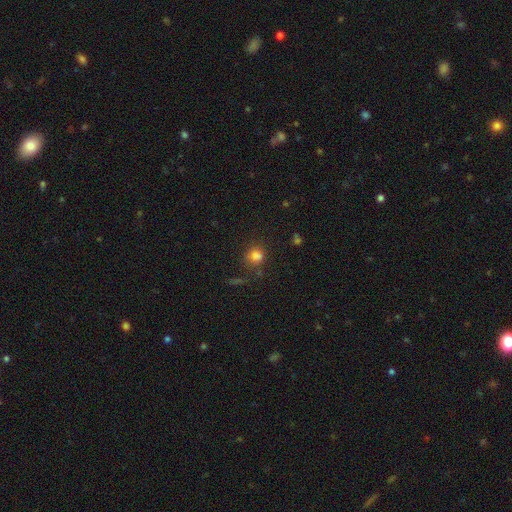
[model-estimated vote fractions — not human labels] A smooth galaxy with no disk features (79%) that is round (75%).

Vote fractions:
- Smooth or featured? smooth: 79% / star or artifact: 15% / featured or disk: 6%
- How rounded? round: 75% / in between: 24% / cigar-shaped: 1%
- Merging? none: 67% / minor disturbance: 17% / merger: 10% / major disturbance: 7%